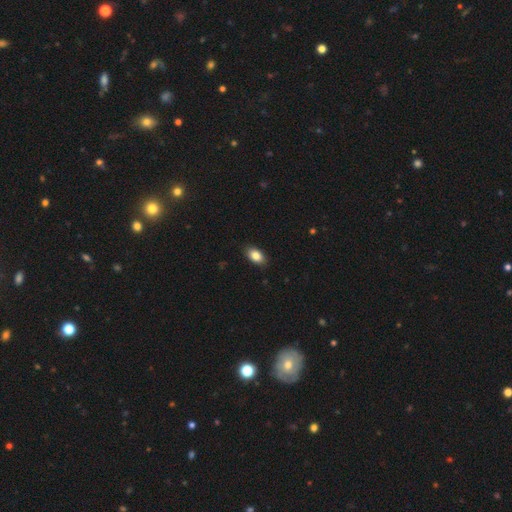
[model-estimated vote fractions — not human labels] A smooth galaxy with no disk features (85%) that is in between round and cigar-shaped (90%).

Vote fractions:
- Smooth or featured? smooth: 85% / star or artifact: 8% / featured or disk: 7%
- How rounded? in between: 90% / round: 8% / cigar-shaped: 2%
- Merging? none: 87% / minor disturbance: 10% / major disturbance: 2% / merger: 1%